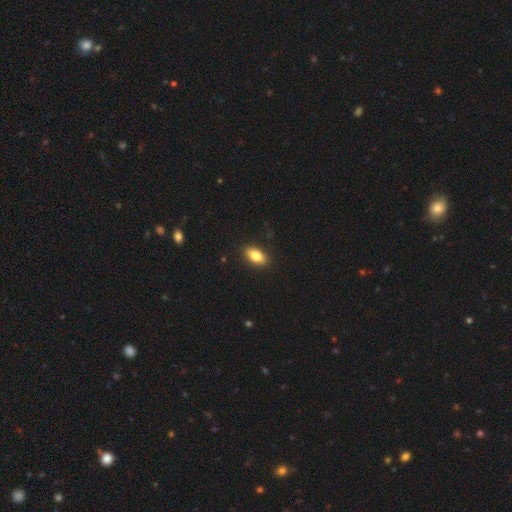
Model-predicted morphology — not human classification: Q: Smooth or featured?
A: smooth (81%); runner-up: featured or disk (11%)
Q: How rounded?
A: in between (88%); runner-up: cigar-shaped (6%)
Q: Merging?
A: none (90%); runner-up: minor disturbance (8%)